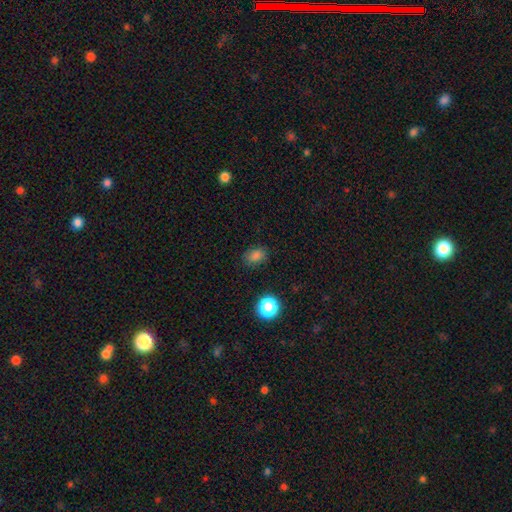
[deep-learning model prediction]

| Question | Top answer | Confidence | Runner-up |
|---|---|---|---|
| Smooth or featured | smooth | 81% | star or artifact (14%) |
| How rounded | in between | 71% | round (27%) |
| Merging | none | 82% | minor disturbance (13%) |